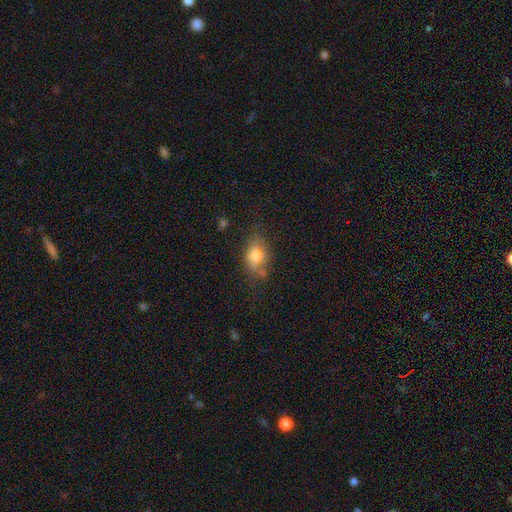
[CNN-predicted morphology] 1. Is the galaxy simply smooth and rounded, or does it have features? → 75% smooth, 16% featured or disk, 10% star or artifact.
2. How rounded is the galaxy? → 77% in between, 20% round, 3% cigar-shaped.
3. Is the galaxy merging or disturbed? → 63% none, 24% minor disturbance, 7% major disturbance, 6% merger.